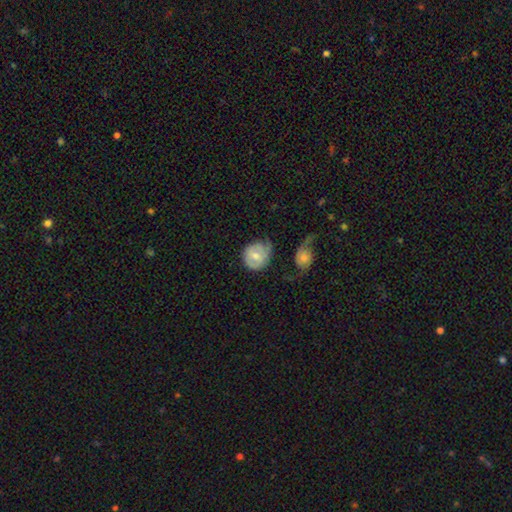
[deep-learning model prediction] Q: Smooth or featured?
A: smooth (53%); runner-up: featured or disk (41%)
Q: How rounded?
A: round (73%); runner-up: in between (26%)
Q: Merging?
A: none (44%); runner-up: minor disturbance (29%)